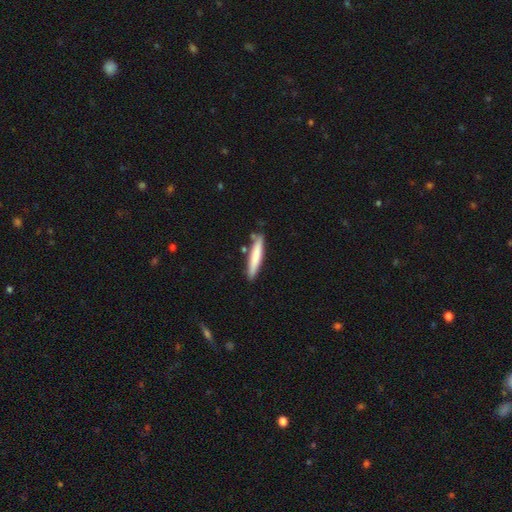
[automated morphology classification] type=smooth (75%); roundness=cigar-shaped (91%); merging=none (80%).